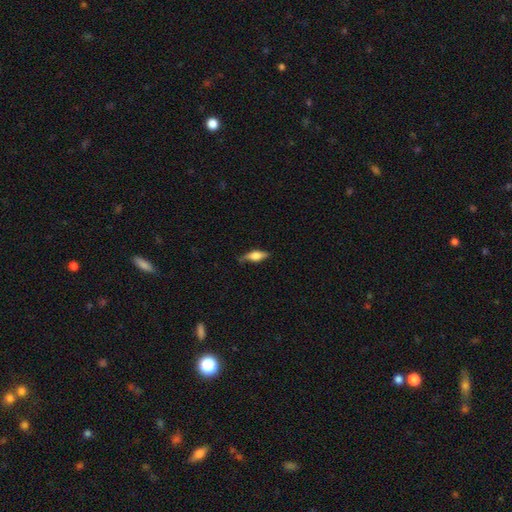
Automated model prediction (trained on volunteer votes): Morphology: type=smooth (56%); roundness=in between (60%); merging=none (72%).